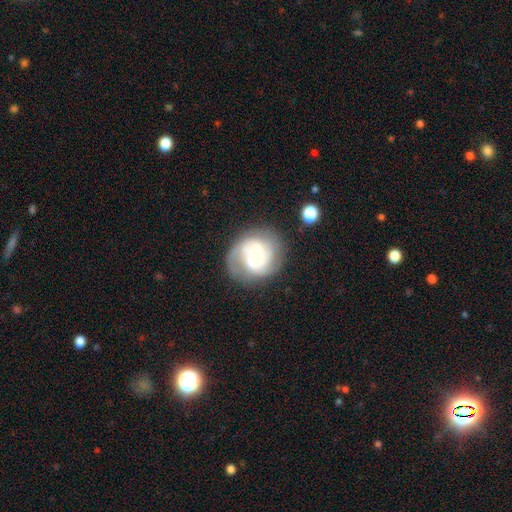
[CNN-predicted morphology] A featured or disk galaxy (67%) with a weak bar (46%), 2 (59%) medium (44%) spiral arms (90%) and a small central bulge (40%).

Vote fractions:
- Smooth or featured? featured or disk: 67% / smooth: 26% / star or artifact: 7%
- Edge-on disk? no: 98% / yes: 2%
- Bar? weak: 46% / no: 29% / strong: 24%
- Spiral arms? yes: 90% / no: 10%
- Spiral winding? medium: 44% / tight: 37% / loose: 19%
- Spiral arm count? 2: 59% / can't tell: 17% / 3: 12% / 1: 7% / 4: 3% / more than 4: 2%
- Bulge size? small: 40% / moderate: 31% / large: 17% / none: 8% / dominant: 5%
- Merging? none: 69% / minor disturbance: 17% / major disturbance: 11% / merger: 3%